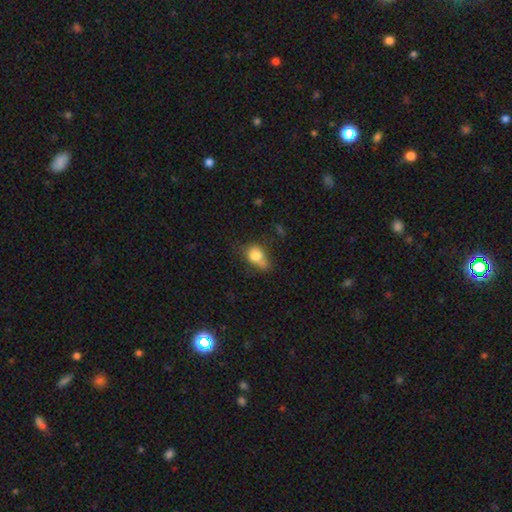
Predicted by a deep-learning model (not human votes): Smooth or featured?
  - smooth: 78% *
  - featured or disk: 12%
  - star or artifact: 10%
How rounded?
  - in between: 57% *
  - round: 41%
  - cigar-shaped: 2%
Merging?
  - none: 38% *
  - minor disturbance: 31%
  - merger: 16%
  - major disturbance: 15%